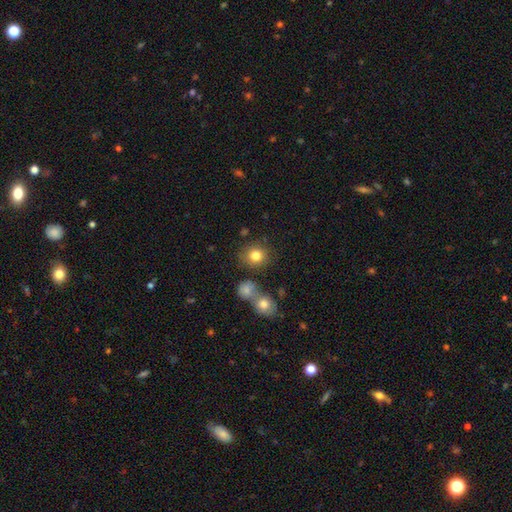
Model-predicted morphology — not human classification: Q: Smooth or featured?
A: smooth (81%); runner-up: star or artifact (11%)
Q: How rounded?
A: round (85%); runner-up: in between (14%)
Q: Merging?
A: none (76%); runner-up: merger (11%)